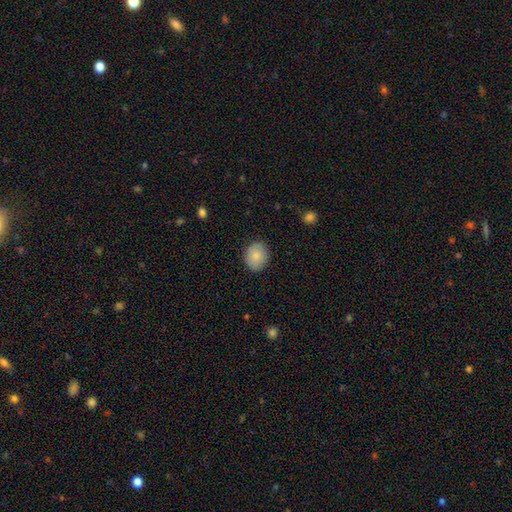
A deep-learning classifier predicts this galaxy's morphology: smooth-or-featured: smooth: 84% | featured or disk: 9% | star or artifact: 7%
  how-rounded: round: 53% | in between: 46% | cigar-shaped: 1%
  merging: none: 85% | minor disturbance: 12% | major disturbance: 3% | merger: 1%